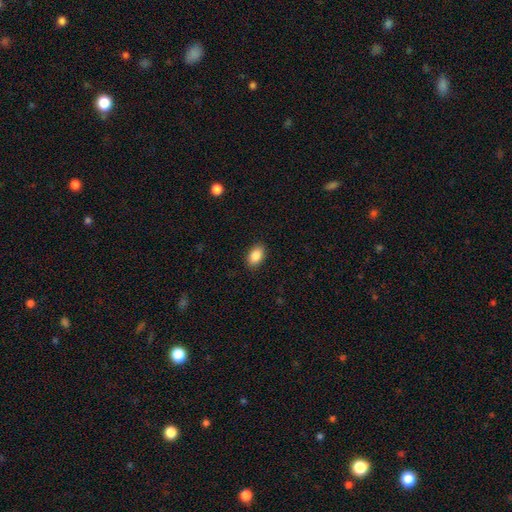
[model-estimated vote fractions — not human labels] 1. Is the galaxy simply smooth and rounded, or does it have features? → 86% smooth, 8% star or artifact, 6% featured or disk.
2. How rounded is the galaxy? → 89% in between, 10% round, 1% cigar-shaped.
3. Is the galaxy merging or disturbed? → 89% none, 8% minor disturbance, 2% major disturbance, 1% merger.